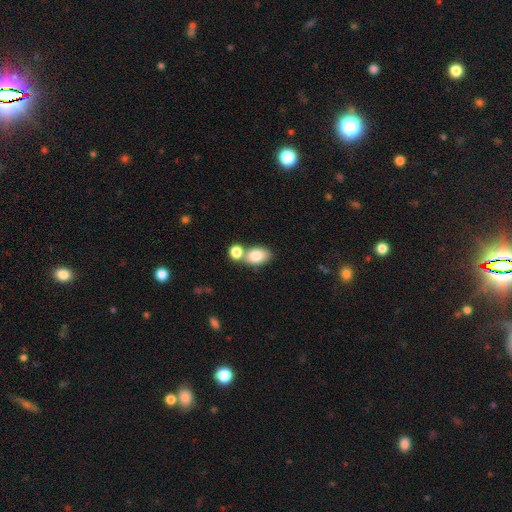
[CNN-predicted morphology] This appears to be a smooth galaxy with no disk features (81%) that is in between round and cigar-shaped (83%). Merging: none (46%).